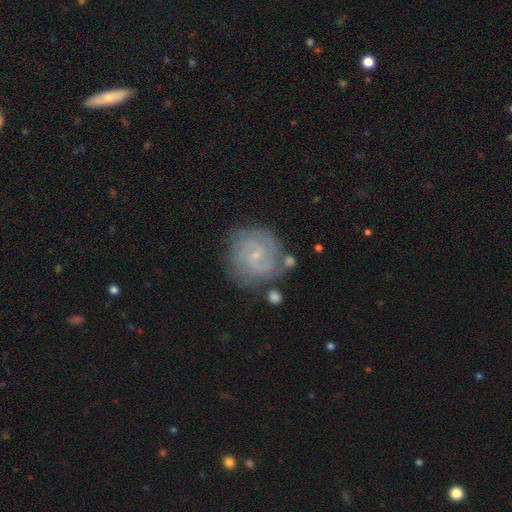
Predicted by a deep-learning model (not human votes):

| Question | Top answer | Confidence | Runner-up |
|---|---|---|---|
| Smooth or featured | featured or disk | 82% | smooth (11%) |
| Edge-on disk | no | 98% | yes (2%) |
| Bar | no | 59% | weak (36%) |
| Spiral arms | yes | 96% | no (4%) |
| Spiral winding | tight | 61% | medium (32%) |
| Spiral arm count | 2 | 37% | can't tell (23%) |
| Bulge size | small | 84% | moderate (11%) |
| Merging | none | 72% | minor disturbance (16%) |